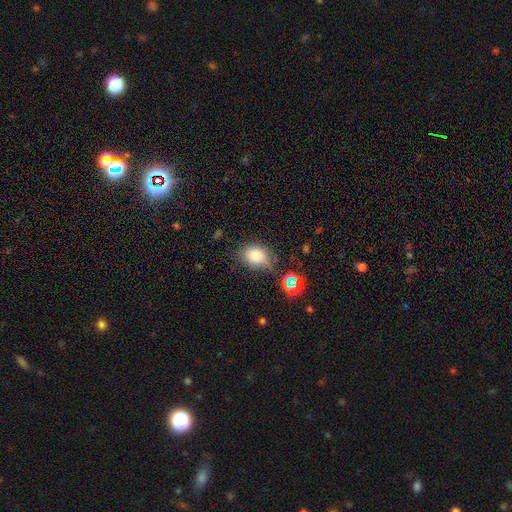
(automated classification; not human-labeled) Overall: smooth (77%). How rounded: in between (60%; round 39%). Merging: none (66%).